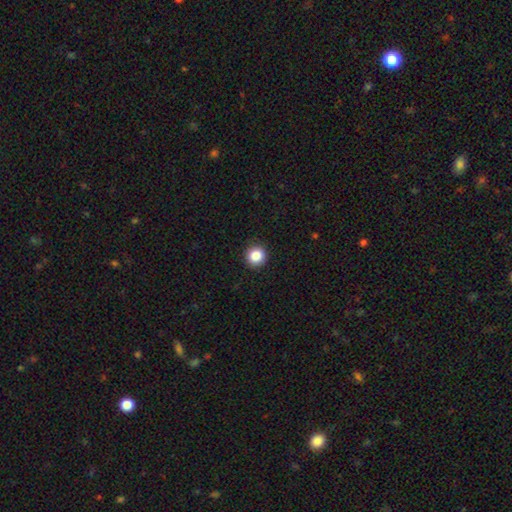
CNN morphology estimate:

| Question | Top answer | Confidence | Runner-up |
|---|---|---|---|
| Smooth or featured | smooth | 86% | star or artifact (10%) |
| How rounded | round | 93% | in between (6%) |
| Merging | none | 92% | minor disturbance (5%) |